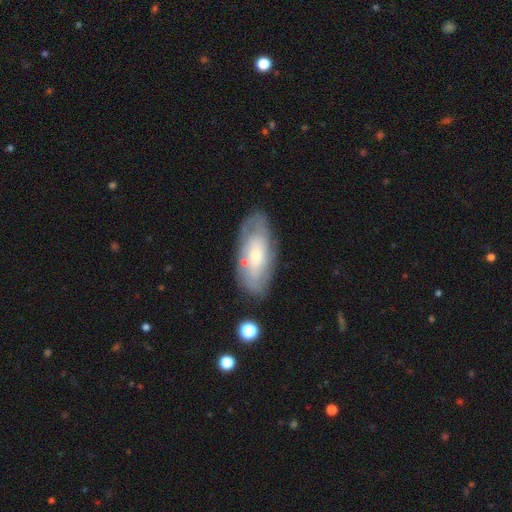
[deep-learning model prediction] Smooth or featured? Predicted: featured or disk (p=0.53). Edge-on disk? Predicted: no (p=0.87). Merging? Predicted: none (p=0.75).